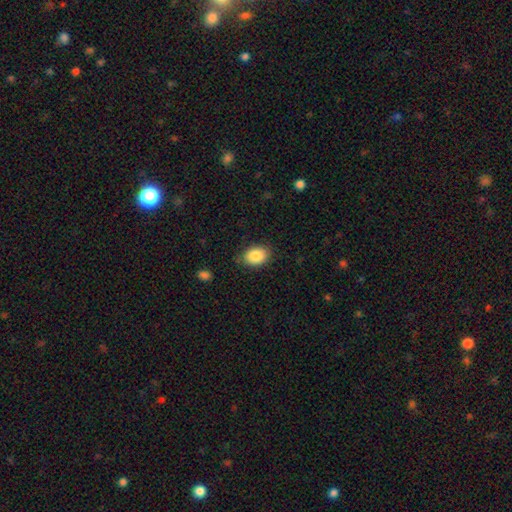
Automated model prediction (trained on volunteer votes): The model was most divided on "how rounded": in between: 77%, round: 22%, cigar-shaped: 1%. More confident: smooth or featured — smooth (88%); merging — none (82%).